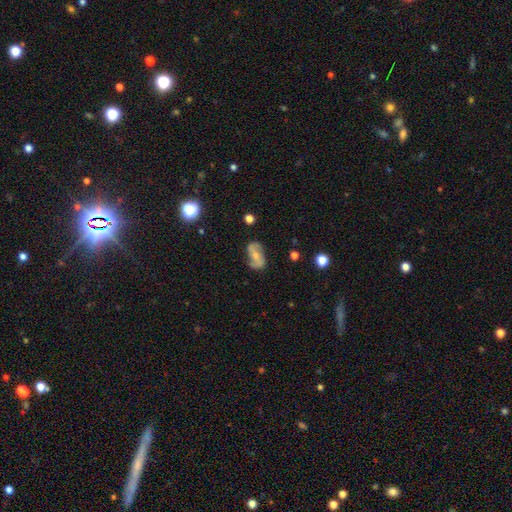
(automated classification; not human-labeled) The model was most divided on "bulge size": small: 48%, moderate: 41%, none: 7%, large: 3%, dominant: 1%. Remaining: edge-on disk — no (96%); spiral arm count — 2 (90%); spiral arms — yes (89%); merging — none (70%); smooth or featured — featured or disk (67%); spiral winding — loose (57%); bar — no (46%).